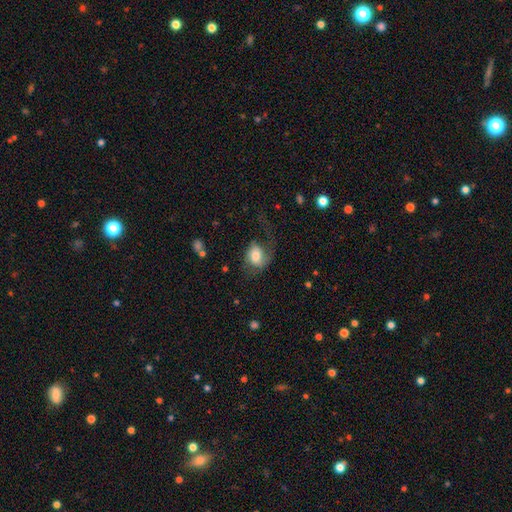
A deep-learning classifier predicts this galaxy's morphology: smooth_or_featured: smooth (p=0.54) [alt: featured or disk p=0.38]
how_rounded: in between (p=0.59) [alt: round p=0.40]
merging: major disturbance (p=0.44) [alt: none p=0.34]